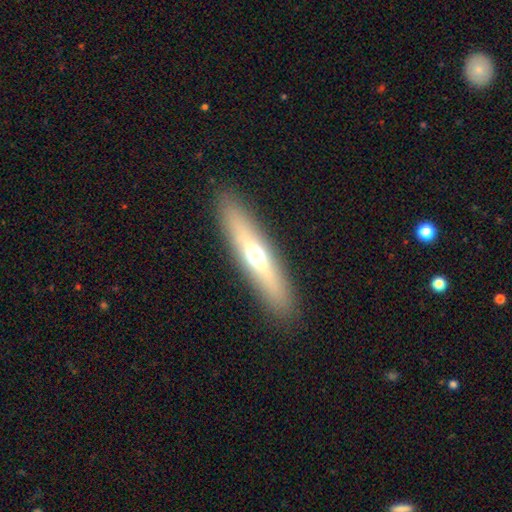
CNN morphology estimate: This appears to be a featured or disk galaxy (47%). Merging: none (89%).